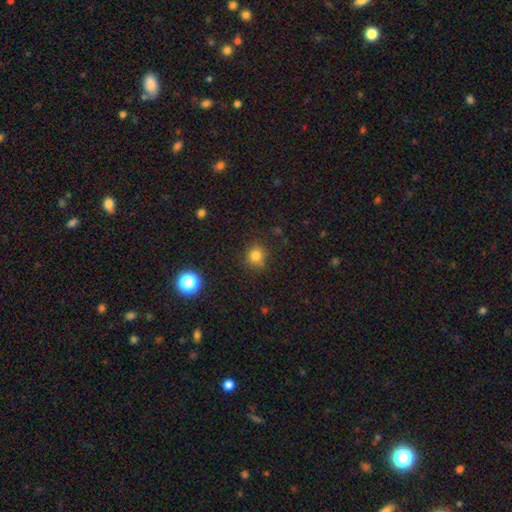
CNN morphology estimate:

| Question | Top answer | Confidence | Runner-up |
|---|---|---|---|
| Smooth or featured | smooth | 80% | star or artifact (14%) |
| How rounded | round | 86% | in between (13%) |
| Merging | none | 83% | minor disturbance (12%) |